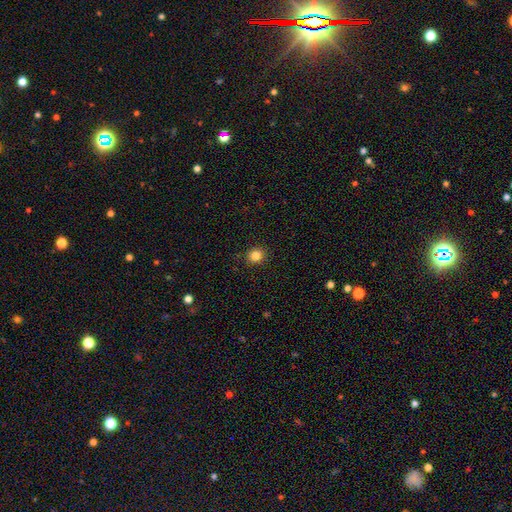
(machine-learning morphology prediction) Smooth or featured: smooth — 84% (star or artifact — 12%)
How rounded: round — 85% (in between — 14%)
Merging: none — 91% (minor disturbance — 6%)